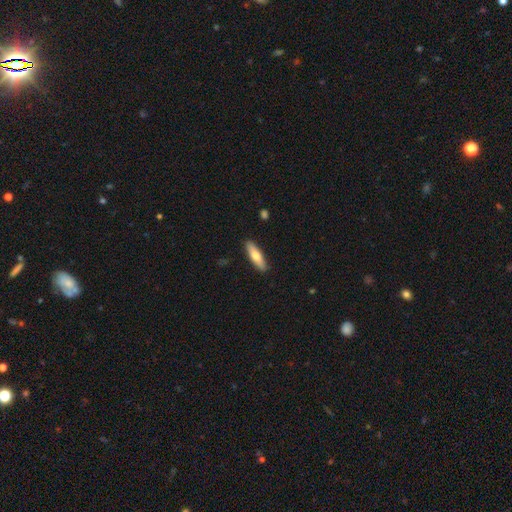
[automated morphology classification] smooth 70%, featured or disk 25%, star or artifact 5%. Down the decision tree: how rounded — cigar-shaped (59%); merging — none (89%).